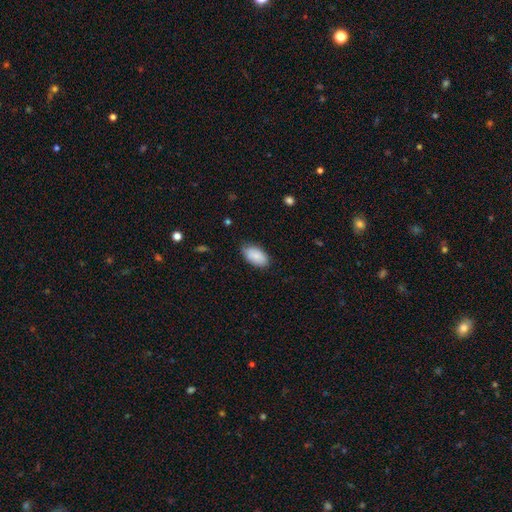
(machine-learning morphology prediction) Overall: smooth (89%). How rounded: in between (95%). Merging: none (81%).